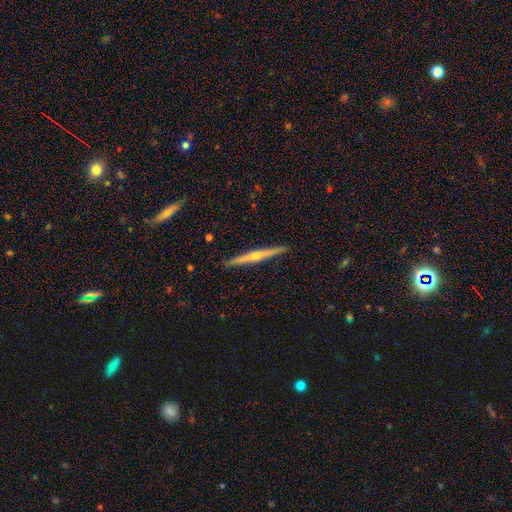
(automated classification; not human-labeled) Smooth or featured?
  - featured or disk: 76% *
  - smooth: 18%
  - star or artifact: 6%
Edge-on disk?
  - yes: 98% *
  - no: 2%
Edge-on bulge?
  - rounded: 84% *
  - none: 12%
  - boxy: 4%
Merging?
  - none: 91% *
  - minor disturbance: 6%
  - major disturbance: 1%
  - merger: 1%